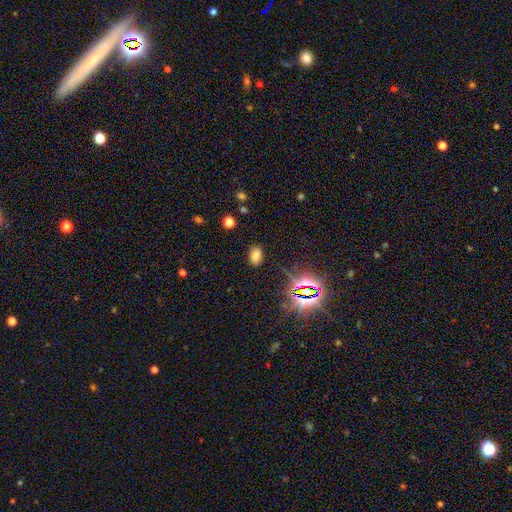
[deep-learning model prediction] smooth 68%, star or artifact 25%, featured or disk 7%. Down the decision tree: how rounded — in between (90%); merging — none (84%).